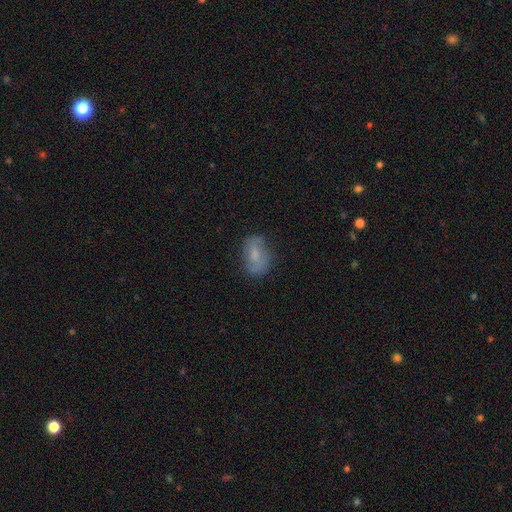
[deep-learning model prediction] The model was most divided on "smooth or featured": smooth: 62%, featured or disk: 28%, star or artifact: 9%. More confident: how rounded — in between (82%); merging — none (70%).